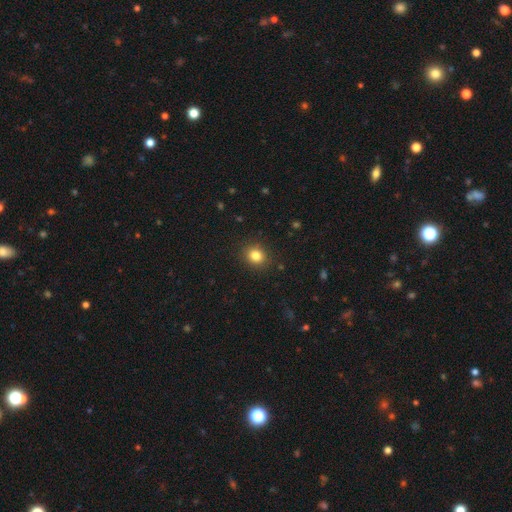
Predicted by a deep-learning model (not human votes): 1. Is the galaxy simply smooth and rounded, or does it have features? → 83% smooth, 11% star or artifact, 6% featured or disk.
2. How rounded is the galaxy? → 73% round, 26% in between, 1% cigar-shaped.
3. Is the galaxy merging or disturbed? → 89% none, 8% minor disturbance, 2% major disturbance, 1% merger.